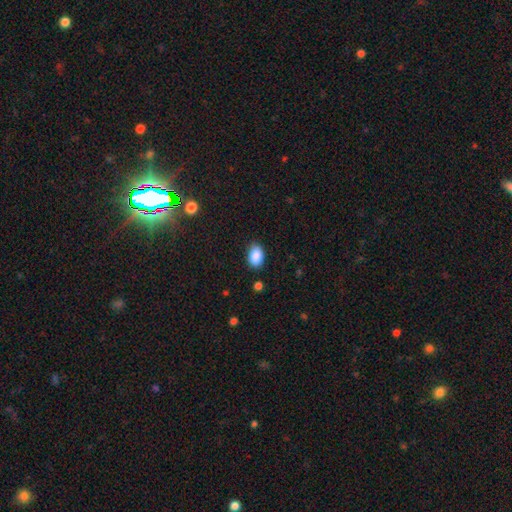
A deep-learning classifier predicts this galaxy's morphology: smooth_or_featured: smooth (p=0.88) [alt: star or artifact p=0.08]
how_rounded: in between (p=0.84) [alt: round p=0.14]
merging: none (p=0.81) [alt: minor disturbance p=0.15]